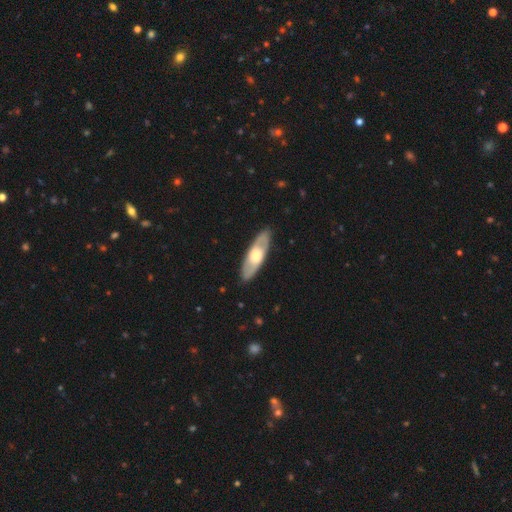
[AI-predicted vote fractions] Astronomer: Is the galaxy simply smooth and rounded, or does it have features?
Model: featured or disk — 53% (runner-up: smooth, 43%).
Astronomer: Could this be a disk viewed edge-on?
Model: no — 59% (runner-up: yes, 41%).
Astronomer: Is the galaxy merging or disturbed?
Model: none — 88%.